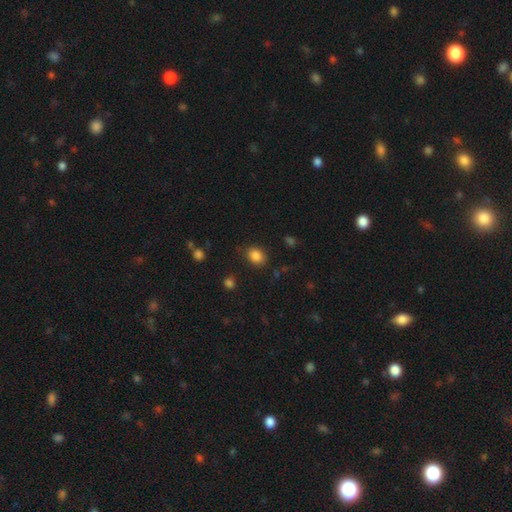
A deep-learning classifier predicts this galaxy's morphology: A smooth galaxy with no disk features (85%) that is in between round and cigar-shaped (52%). Merging: none (82%).